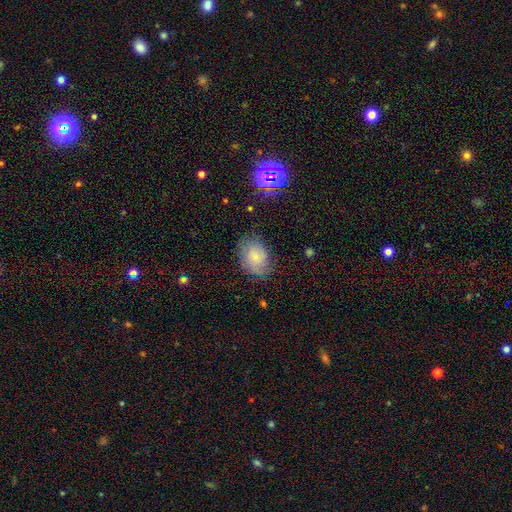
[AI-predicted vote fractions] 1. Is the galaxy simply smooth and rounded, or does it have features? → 64% smooth, 24% featured or disk, 12% star or artifact.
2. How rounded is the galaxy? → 72% in between, 26% round, 1% cigar-shaped.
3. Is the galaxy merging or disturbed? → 71% none, 21% minor disturbance, 7% major disturbance, 1% merger.